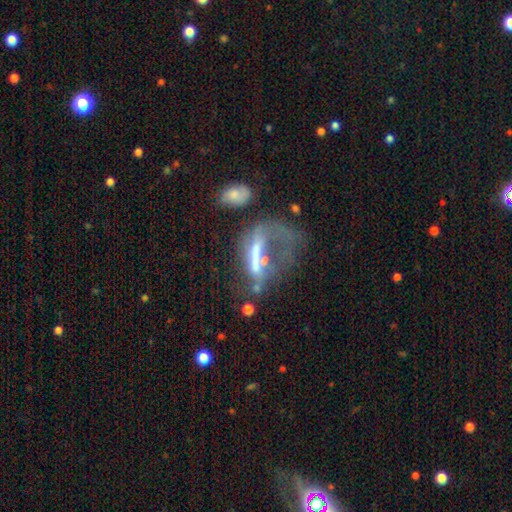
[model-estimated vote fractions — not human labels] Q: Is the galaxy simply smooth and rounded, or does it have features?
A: featured or disk — 54%.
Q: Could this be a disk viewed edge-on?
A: no — 85%.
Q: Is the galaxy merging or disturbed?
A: major disturbance — 51%.